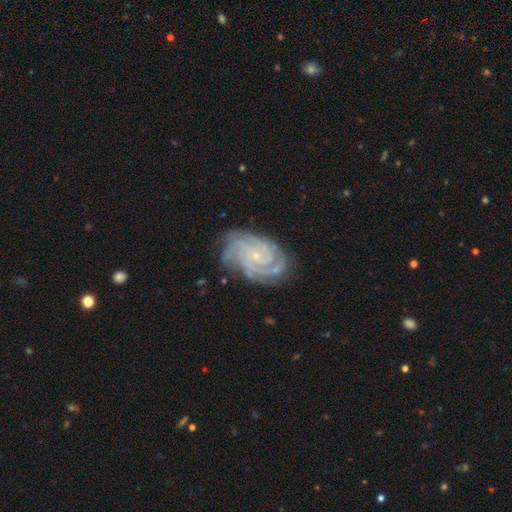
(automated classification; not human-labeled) A featured or disk galaxy (89%) with no bar (69%), 4 (37%) tight (77%) spiral arms (98%) and a small central bulge (81%). Merging: none (80%).